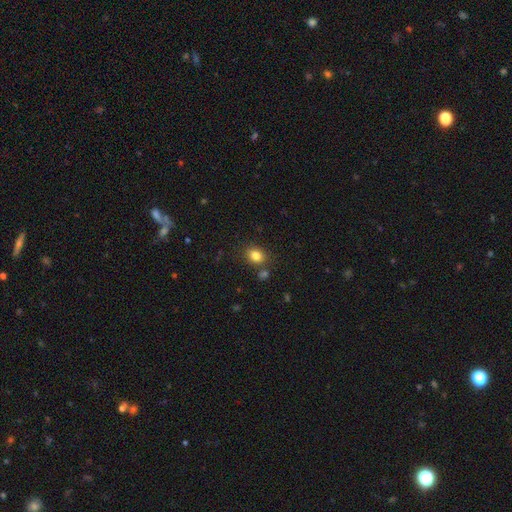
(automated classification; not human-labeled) Morphology: type=smooth (82%); roundness=round (51%); merging=none (77%).